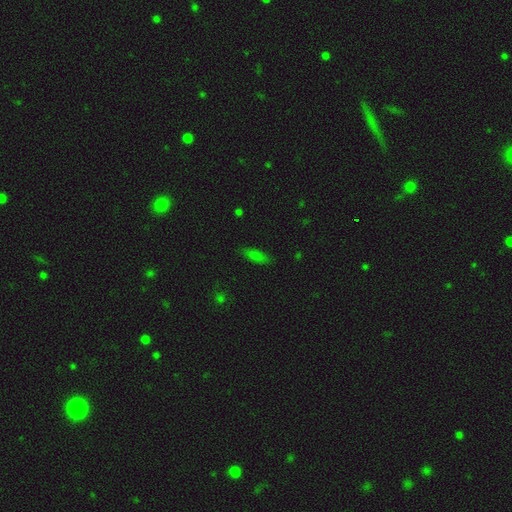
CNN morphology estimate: Smooth or featured? smooth (79%)
How rounded? in between (64%)
Merging? none (82%)